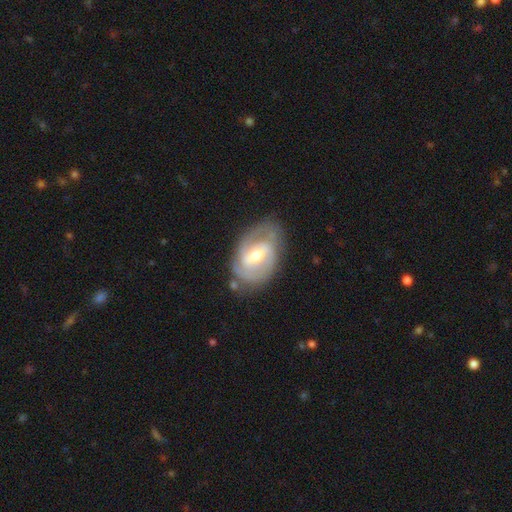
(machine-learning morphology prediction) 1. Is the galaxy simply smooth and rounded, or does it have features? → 80% featured or disk, 15% smooth, 5% star or artifact.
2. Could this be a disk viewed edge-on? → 96% no, 4% yes.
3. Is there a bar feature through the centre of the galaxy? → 51% weak, 26% strong, 23% no.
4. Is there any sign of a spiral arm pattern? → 88% yes, 12% no.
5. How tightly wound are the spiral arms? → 49% tight, 39% medium, 12% loose.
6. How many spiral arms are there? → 59% 2, 21% can't tell, 11% 3, 4% 1, 2% 4, 2% more than 4.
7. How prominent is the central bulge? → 66% moderate, 27% small, 5% large, 1% none, 1% dominant.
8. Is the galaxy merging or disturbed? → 67% none, 22% minor disturbance, 8% major disturbance, 3% merger.